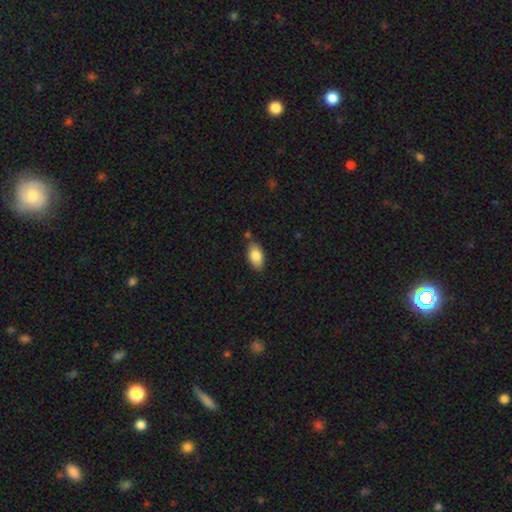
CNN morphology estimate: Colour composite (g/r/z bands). It shows a smooth galaxy with no disk features (84%) that is in between round and cigar-shaped (93%). Merging: none (78%).